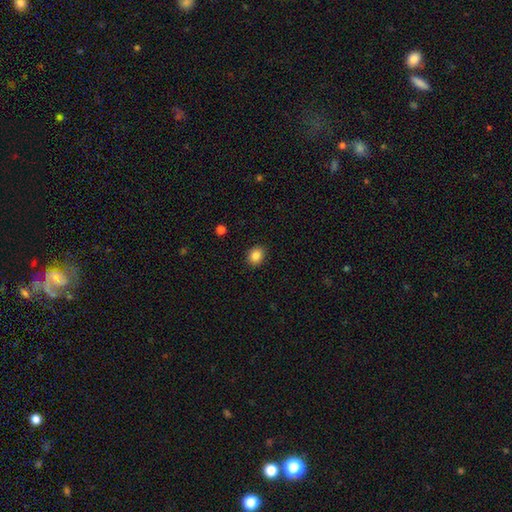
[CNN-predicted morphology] This appears to be a smooth galaxy with no disk features (86%) that is round (63%). Merging: none (90%).